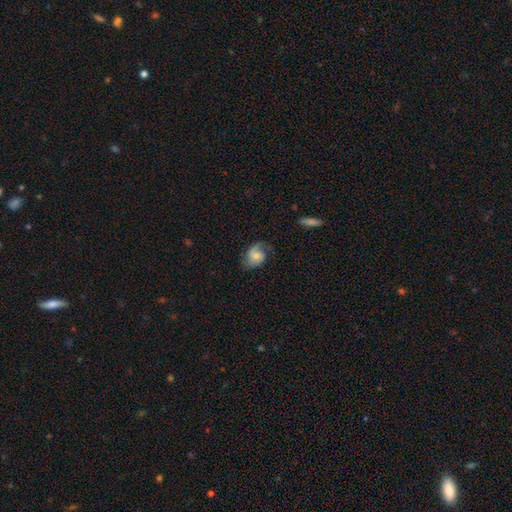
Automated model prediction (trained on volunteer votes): Overall: featured or disk (64%; smooth 29%). Edge-on disk: no (97%). Bar: no (62%; weak 32%). Spiral arms: yes (91%). Spiral arm count: 2 (56%; 1 34%). Spiral winding: medium (43%; loose 35%). Bulge size: moderate (44%; small 43%). Merging: none (58%; minor disturbance 24%).